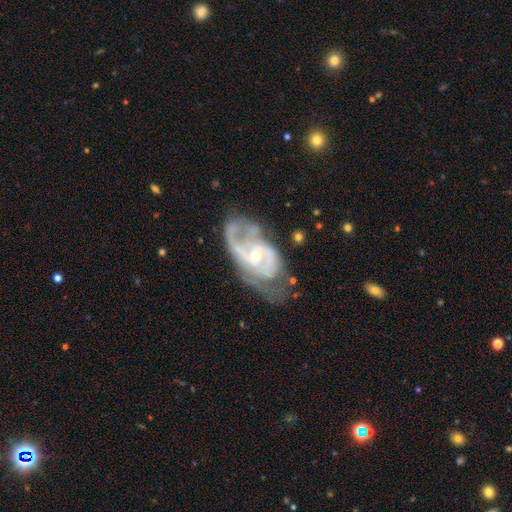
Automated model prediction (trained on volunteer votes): The model was most divided on "spiral winding": medium: 47%, tight: 34%, loose: 20%. Remaining: edge-on disk — no (96%); spiral arms — yes (90%); smooth or featured — featured or disk (86%); bulge size — small (65%); spiral arm count — 2 (57%); bar — no (55%); merging — none (46%).